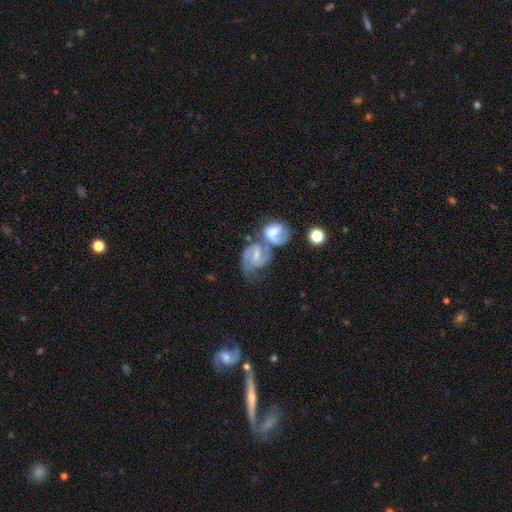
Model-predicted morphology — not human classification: Smooth or featured? Predicted: featured or disk (p=0.75). Edge-on disk? Predicted: no (p=0.97). Bar? Predicted: weak (p=0.48). Spiral arms? Predicted: yes (p=0.92). Spiral winding? Predicted: medium (p=0.48). Spiral arm count? Predicted: 2 (p=0.68). Bulge size? Predicted: small (p=0.51). Merging? Predicted: merger (p=0.55).